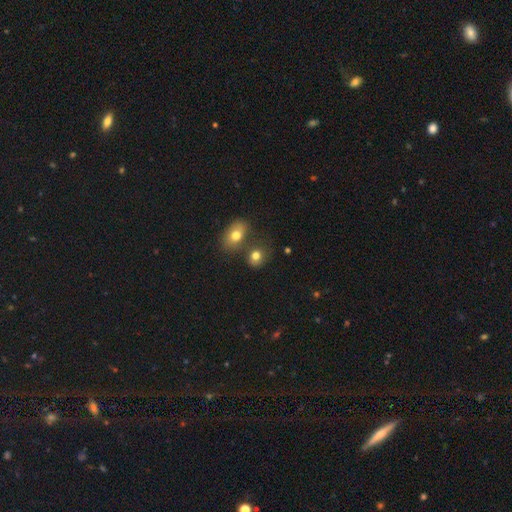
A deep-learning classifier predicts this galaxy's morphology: Overall: smooth (77%). How rounded: in between (51%; round 48%). Merging: none (56%; merger 26%).